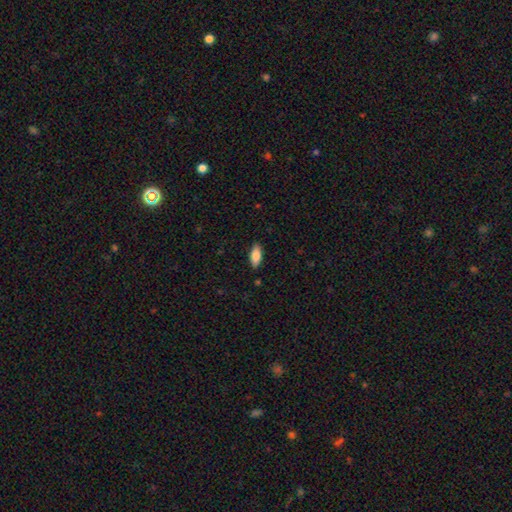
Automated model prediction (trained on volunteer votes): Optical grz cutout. It shows a smooth galaxy with no disk features (83%) that is in between round and cigar-shaped (84%). Merging: none (88%).